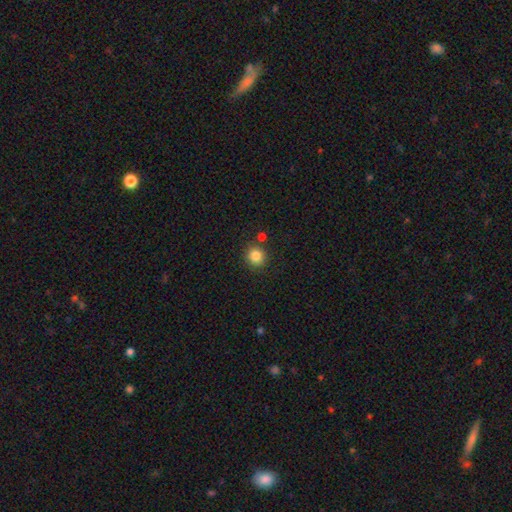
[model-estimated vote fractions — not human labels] Q: Smooth or featured?
A: smooth (84%); runner-up: star or artifact (11%)
Q: How rounded?
A: round (89%); runner-up: in between (10%)
Q: Merging?
A: none (82%); runner-up: minor disturbance (8%)